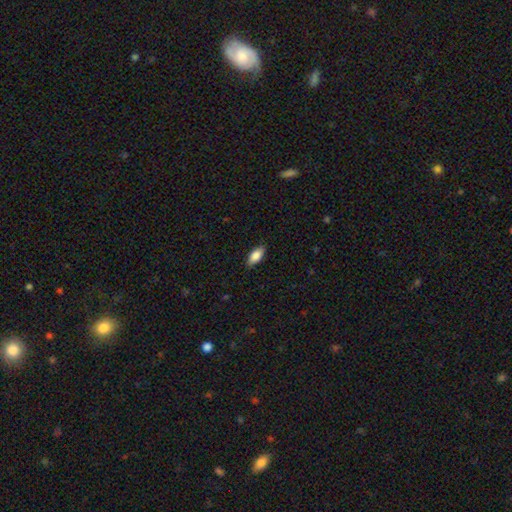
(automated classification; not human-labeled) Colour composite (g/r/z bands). It shows a smooth galaxy with no disk features (84%) that is in between round and cigar-shaped (86%). Merging: none (86%).